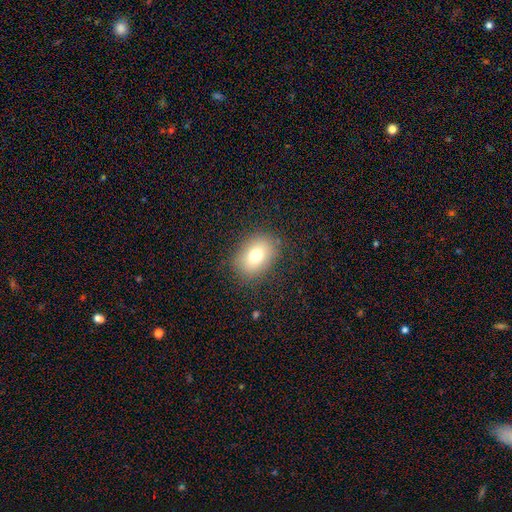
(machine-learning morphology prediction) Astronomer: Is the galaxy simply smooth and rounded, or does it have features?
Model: smooth — 75%.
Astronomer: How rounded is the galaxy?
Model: in between — 67%.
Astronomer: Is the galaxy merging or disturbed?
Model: none — 84%.